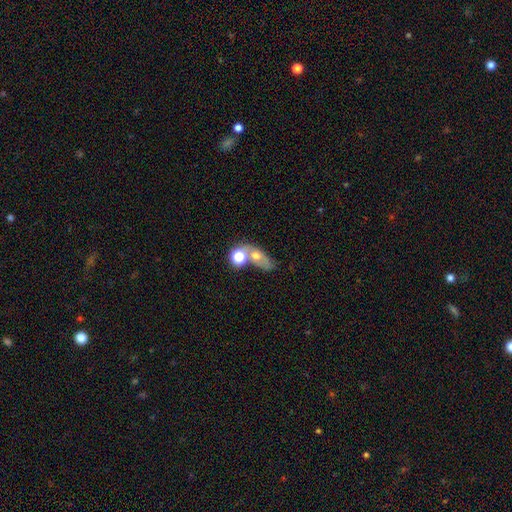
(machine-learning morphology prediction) Smooth or featured? Predicted: smooth (p=0.56). How rounded? Predicted: in between (p=0.61). Merging? Predicted: merger (p=0.43).